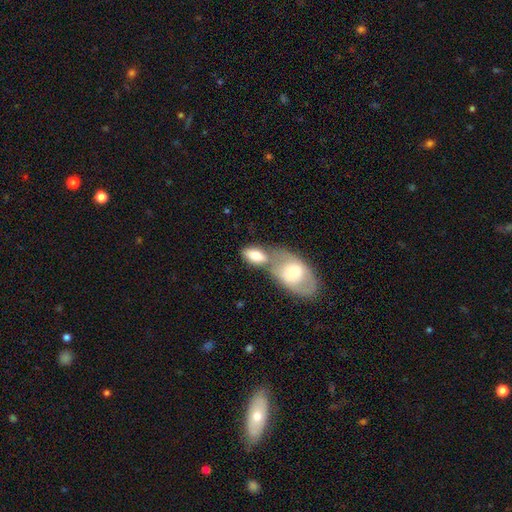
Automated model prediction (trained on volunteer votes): Morphology: type=smooth (71%); roundness=in between (90%); merging=merger (51%).